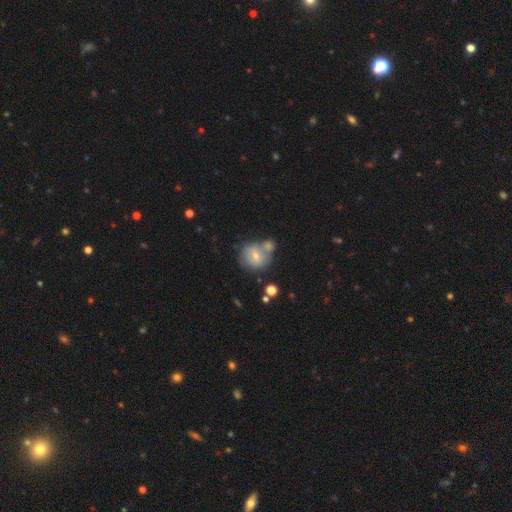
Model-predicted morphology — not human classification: A smooth galaxy with no disk features (58%) that is round (82%). Merging: merger (41%, tied with none).